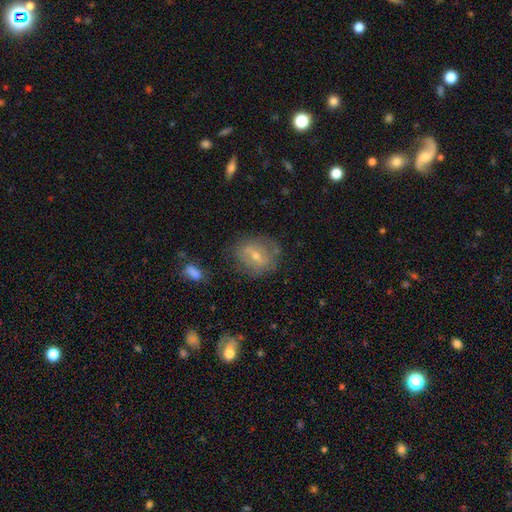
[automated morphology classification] A featured or disk galaxy (49%).

Vote fractions:
- Smooth or featured? featured or disk: 49% / smooth: 37% / star or artifact: 14%
- Merging? none: 73% / minor disturbance: 18% / major disturbance: 7% / merger: 2%